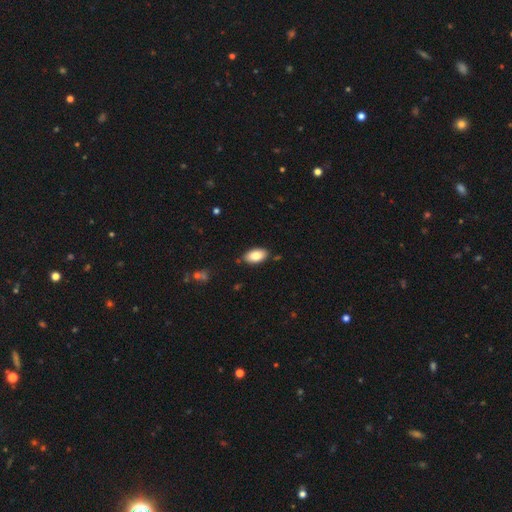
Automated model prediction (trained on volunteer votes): The model was most divided on "merging": none: 84%, minor disturbance: 12%, major disturbance: 2%, merger: 2%. More confident: how rounded — in between (94%); smooth or featured — smooth (84%).